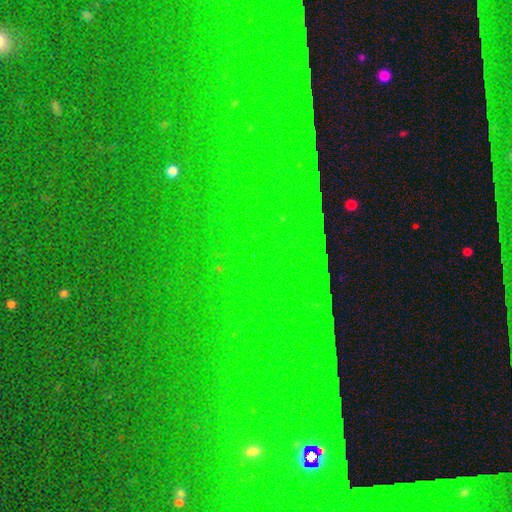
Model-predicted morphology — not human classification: type=star or artifact (83%).